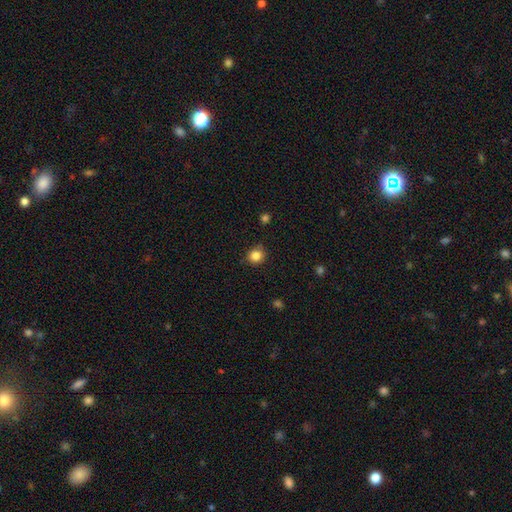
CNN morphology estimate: smooth-or-featured: smooth: 85% | star or artifact: 11% | featured or disk: 4%
  how-rounded: round: 86% | in between: 13% | cigar-shaped: 1%
  merging: none: 85% | minor disturbance: 11% | major disturbance: 2% | merger: 1%